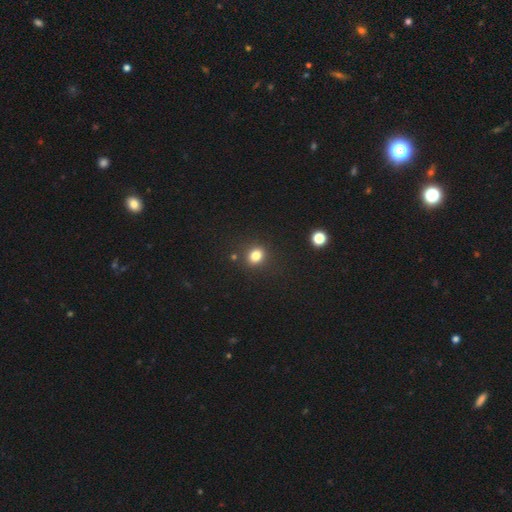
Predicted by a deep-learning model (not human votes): A smooth galaxy with no disk features (81%) that is round (63%). Merging: none (85%).